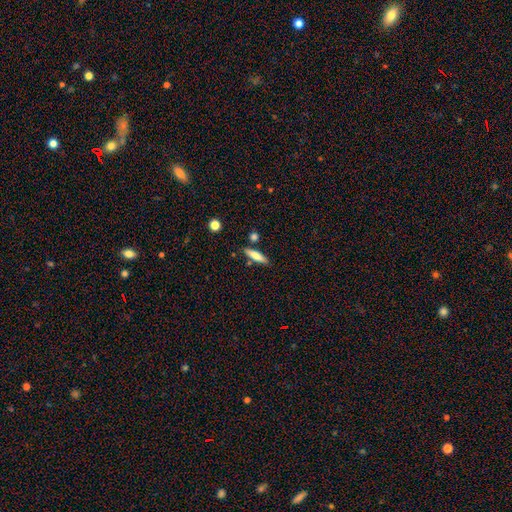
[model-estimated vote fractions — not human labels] Smooth or featured? Predicted: smooth (p=0.72). How rounded? Predicted: cigar-shaped (p=0.77). Merging? Predicted: none (p=0.81).